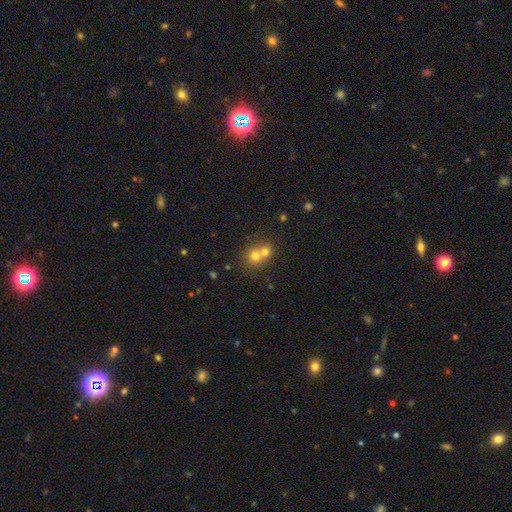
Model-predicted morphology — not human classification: smooth-or-featured: smooth: 70% | featured or disk: 17% | star or artifact: 13%
  how-rounded: round: 81% | in between: 18% | cigar-shaped: 1%
  merging: merger: 60% | none: 33% | minor disturbance: 5% | major disturbance: 2%